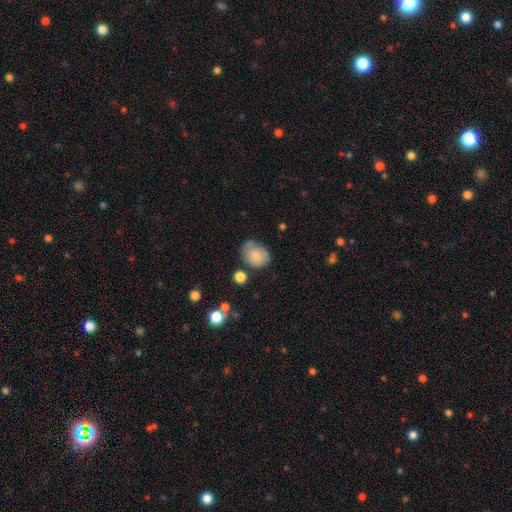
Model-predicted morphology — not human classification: This is likely a smooth galaxy (77%). How rounded: possibly in between (57%). Merging: possibly none (56%).